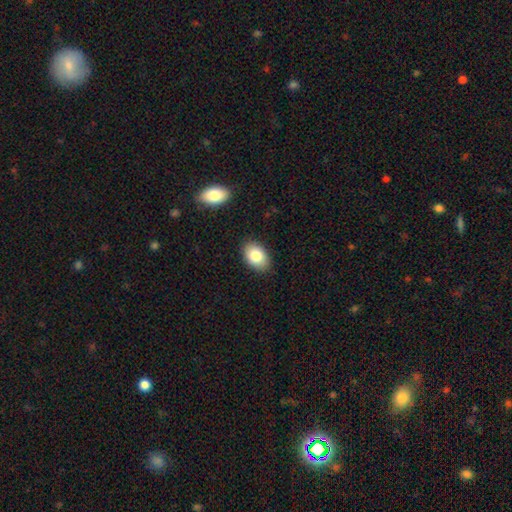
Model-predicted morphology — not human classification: A smooth galaxy with no disk features (82%) that is in between round and cigar-shaped (87%).

Vote fractions:
- Smooth or featured? smooth: 82% / featured or disk: 10% / star or artifact: 8%
- How rounded? in between: 87% / round: 12% / cigar-shaped: 1%
- Merging? none: 88% / minor disturbance: 9% / major disturbance: 2% / merger: 1%